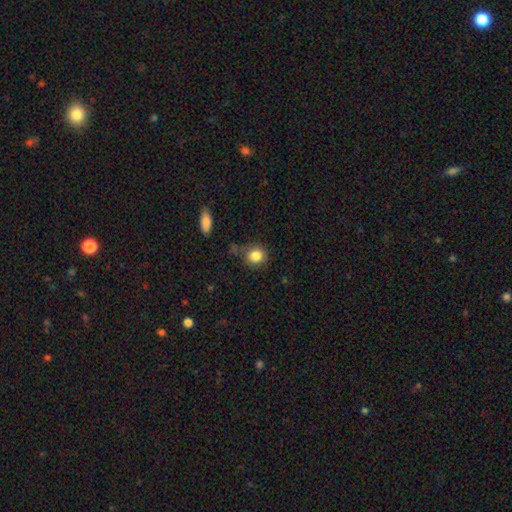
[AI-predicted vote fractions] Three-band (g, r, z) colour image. It shows a smooth galaxy with no disk features (85%) that is round (82%). Merging: none (73%).